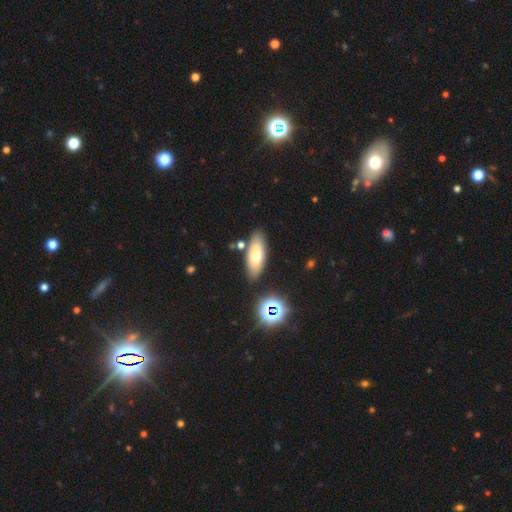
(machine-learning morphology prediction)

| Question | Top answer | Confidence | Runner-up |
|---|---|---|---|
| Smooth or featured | smooth | 68% | featured or disk (23%) |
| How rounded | in between | 75% | cigar-shaped (22%) |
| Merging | none | 82% | minor disturbance (10%) |